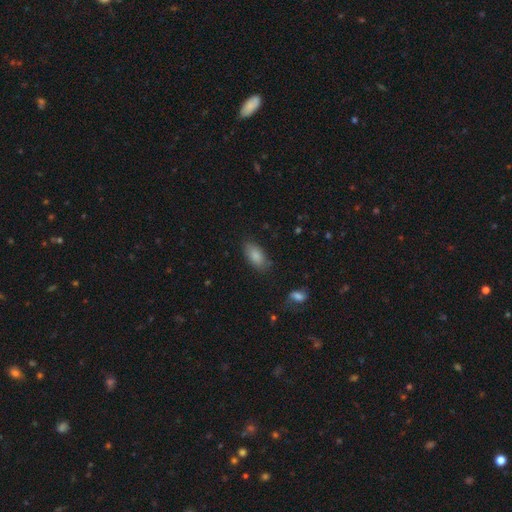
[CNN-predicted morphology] Smooth or featured: smooth — 86% (star or artifact — 7%)
How rounded: in between — 91% (cigar-shaped — 5%)
Merging: none — 79% (minor disturbance — 15%)